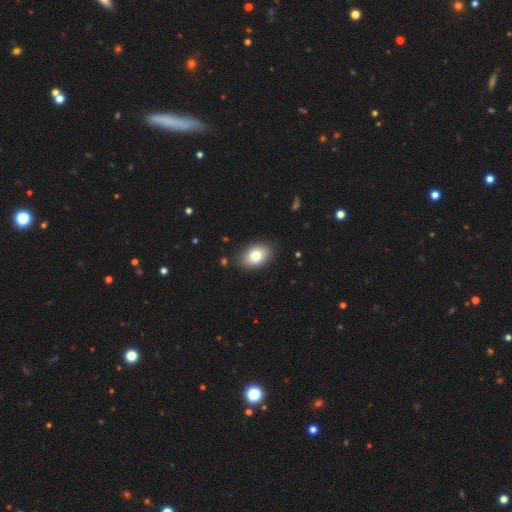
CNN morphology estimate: Q: Smooth or featured?
A: smooth (78%); runner-up: featured or disk (14%)
Q: How rounded?
A: in between (82%); runner-up: round (17%)
Q: Merging?
A: none (88%); runner-up: minor disturbance (9%)